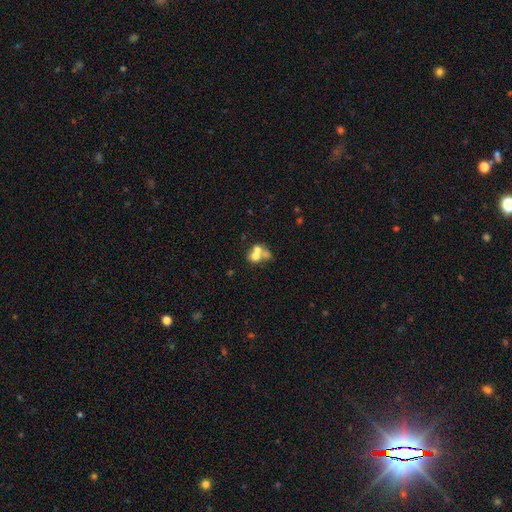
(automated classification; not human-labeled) Smooth or featured? smooth (58%)
How rounded? round (64%)
Merging? merger (64%)